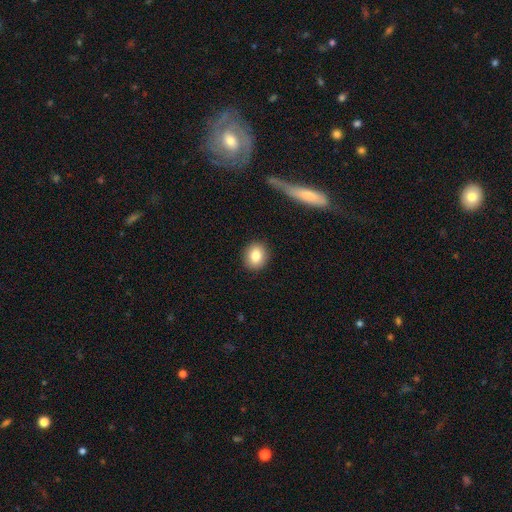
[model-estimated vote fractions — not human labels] Smooth or featured? smooth (82%)
How rounded? round (75%)
Merging? none (91%)